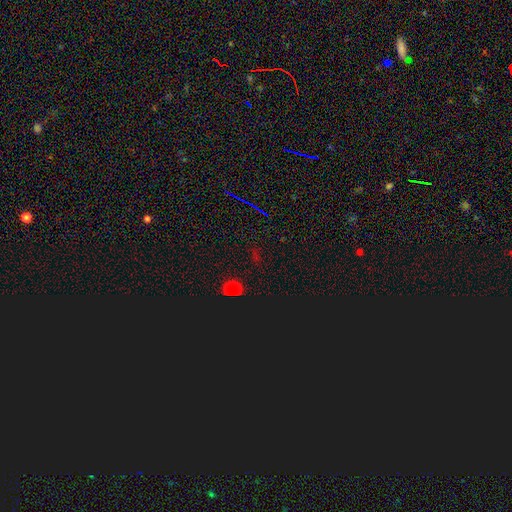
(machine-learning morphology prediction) star or artifact 56%, smooth 36%, featured or disk 8%.